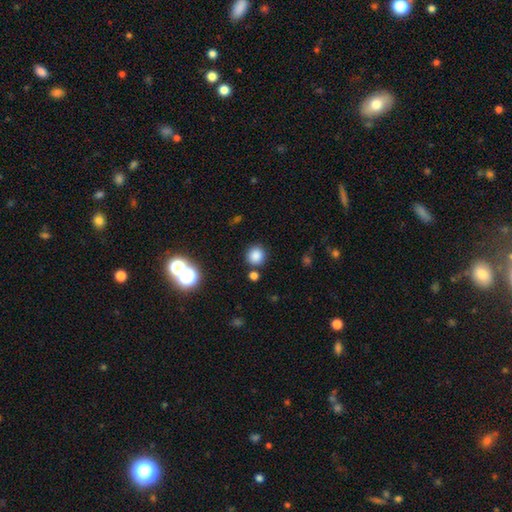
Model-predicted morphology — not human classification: smooth_or_featured: smooth (p=0.83) [alt: star or artifact p=0.13]
how_rounded: round (p=0.91) [alt: in between p=0.08]
merging: none (p=0.83) [alt: minor disturbance p=0.08]